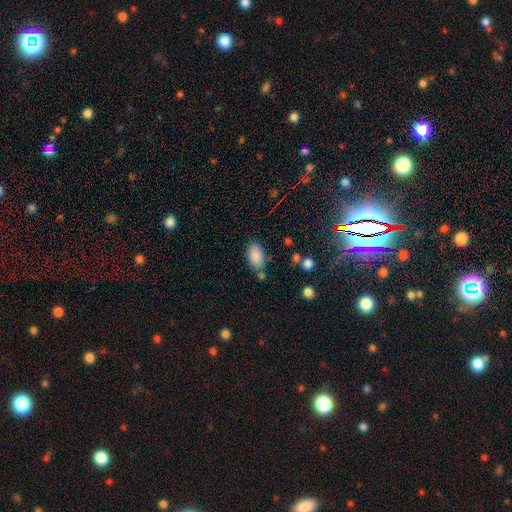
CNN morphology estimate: Smooth or featured: smooth — 87% (star or artifact — 9%)
How rounded: in between — 92% (round — 6%)
Merging: none — 72% (minor disturbance — 16%)